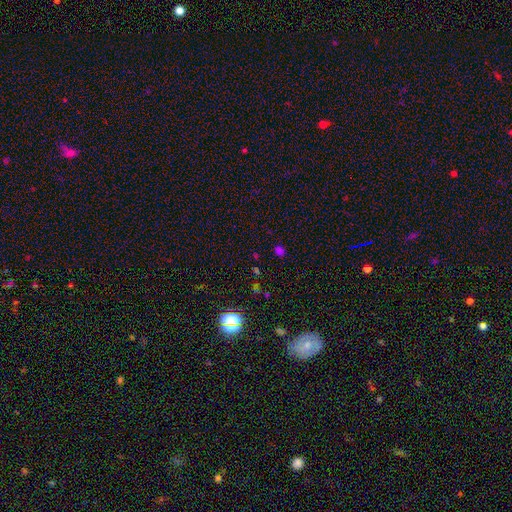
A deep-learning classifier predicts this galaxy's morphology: Q: Smooth or featured?
A: star or artifact (56%); runner-up: smooth (37%)